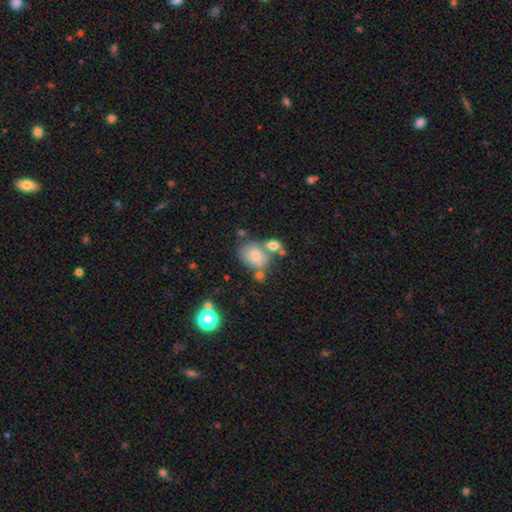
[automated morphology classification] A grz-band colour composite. It shows a smooth galaxy with no disk features (73%) that is in between round and cigar-shaped (69%). Merging: none (48%).